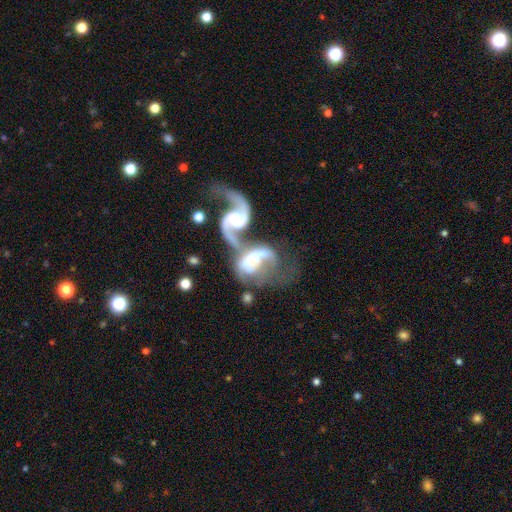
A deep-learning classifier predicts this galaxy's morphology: Q: Smooth or featured?
A: featured or disk (76%); runner-up: smooth (17%)
Q: Edge-on disk?
A: no (97%); runner-up: yes (3%)
Q: Bar?
A: no (56%); runner-up: weak (30%)
Q: Spiral arms?
A: yes (82%); runner-up: no (18%)
Q: Spiral winding?
A: loose (60%); runner-up: medium (30%)
Q: Spiral arm count?
A: 2 (72%); runner-up: 1 (14%)
Q: Bulge size?
A: moderate (29%); tied with: small (29%)
Q: Merging?
A: merger (72%); runner-up: major disturbance (15%)